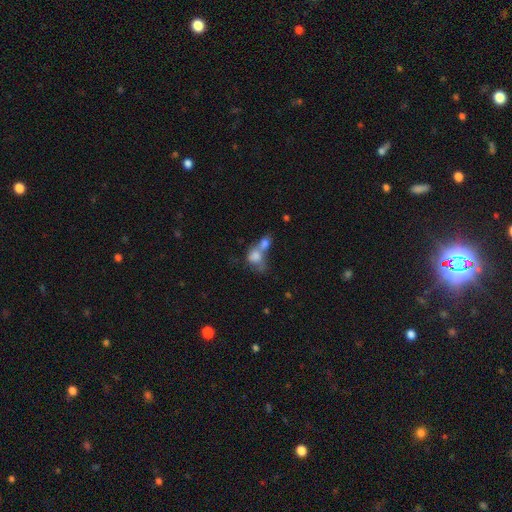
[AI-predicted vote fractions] smooth_or_featured: smooth (p=0.72) [alt: featured or disk p=0.18]
how_rounded: in between (p=0.54) [alt: round p=0.43]
merging: merger (p=0.74) [alt: none p=0.13]